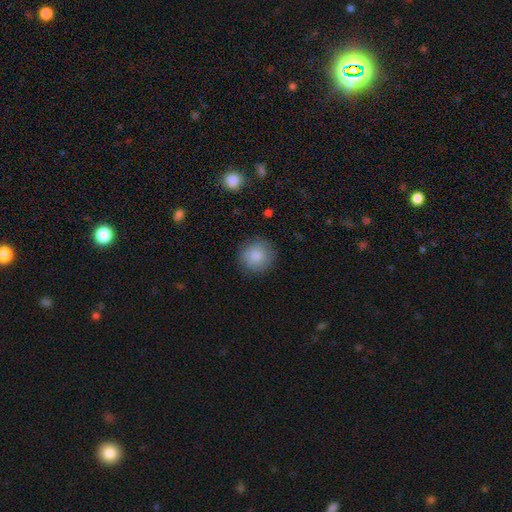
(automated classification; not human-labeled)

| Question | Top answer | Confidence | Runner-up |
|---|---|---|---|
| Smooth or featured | smooth | 86% | star or artifact (7%) |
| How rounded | round | 93% | in between (6%) |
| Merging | none | 87% | minor disturbance (9%) |